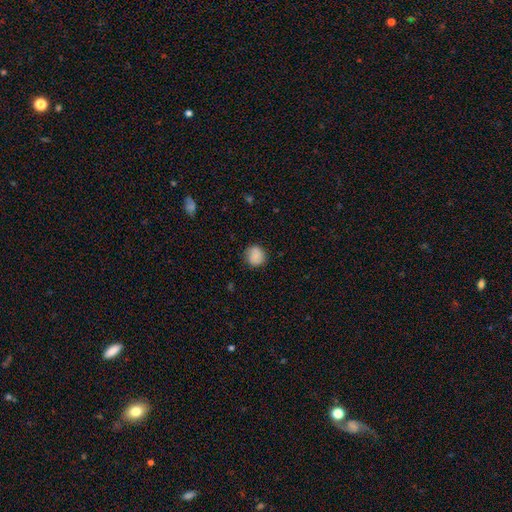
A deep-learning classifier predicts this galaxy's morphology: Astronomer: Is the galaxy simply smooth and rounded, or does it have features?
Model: smooth — 84%.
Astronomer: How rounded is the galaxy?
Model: round — 86%.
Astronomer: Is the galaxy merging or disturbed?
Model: none — 80%.